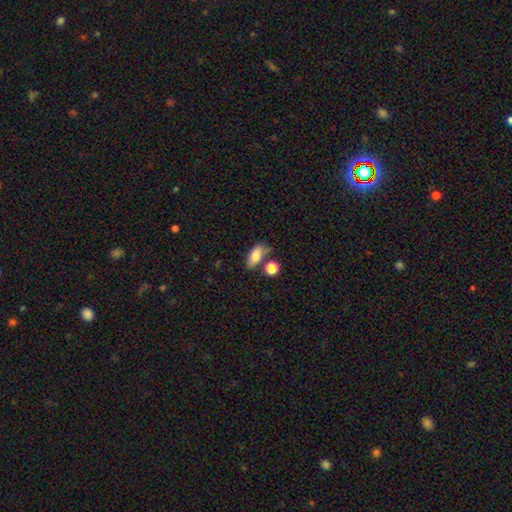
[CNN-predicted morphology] type=smooth (78%); roundness=in between (84%); merging=none (53%).